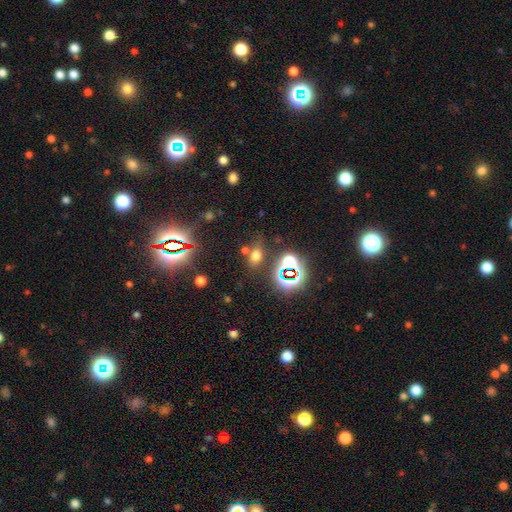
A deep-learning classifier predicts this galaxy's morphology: Smooth or featured? Predicted: smooth (p=0.58). How rounded? Predicted: in between (p=0.69). Merging? Predicted: none (p=0.69).